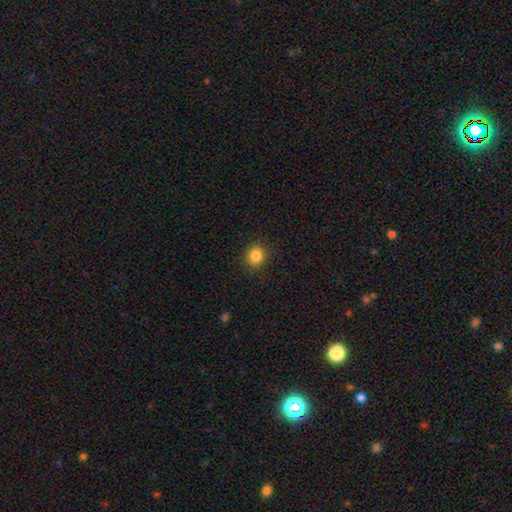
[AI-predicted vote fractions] smooth 85%, star or artifact 11%, featured or disk 5%. Down the decision tree: how rounded — round (82%); merging — none (90%).